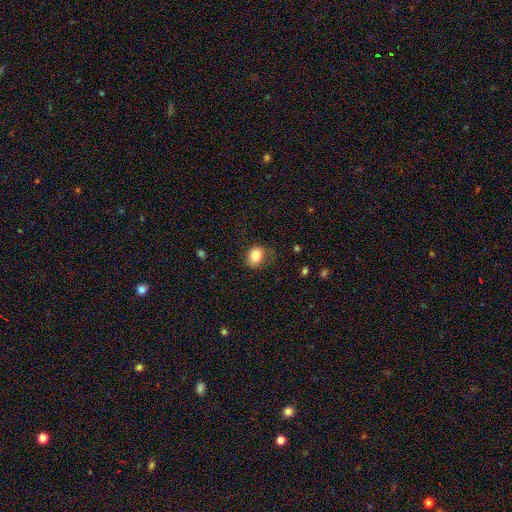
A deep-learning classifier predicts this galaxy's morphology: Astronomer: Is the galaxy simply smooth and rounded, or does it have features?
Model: smooth — 82%.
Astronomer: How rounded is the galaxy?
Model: in between — 52% (runner-up: round, 47%).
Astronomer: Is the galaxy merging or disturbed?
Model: none — 72%.